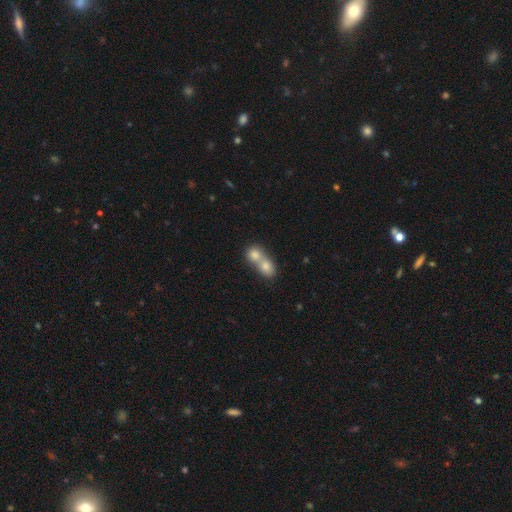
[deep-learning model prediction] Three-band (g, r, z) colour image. It shows a smooth galaxy with no disk features (74%) that is round (66%). Merging: merger (72%).